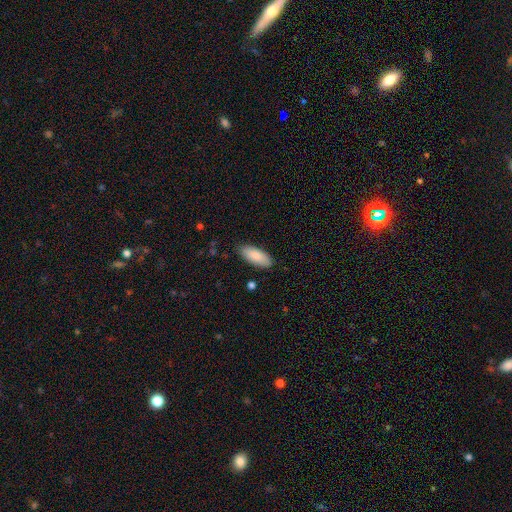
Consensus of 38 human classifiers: Q: Smooth or featured?
A: smooth (87%); runner-up: featured or disk (11%)
Q: How rounded?
A: in between (85%); runner-up: cigar-shaped (15%)
Q: Merging?
A: none (86%); runner-up: minor disturbance (8%)